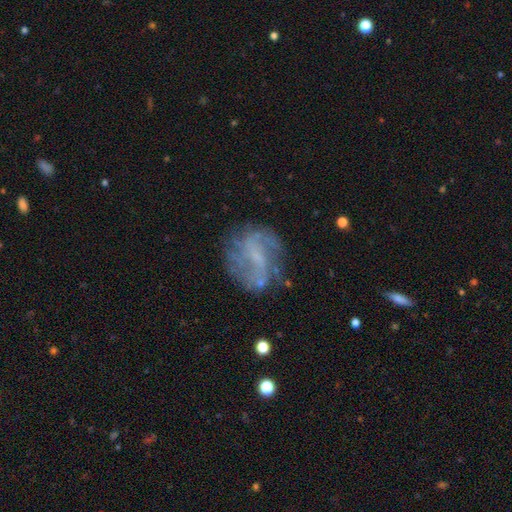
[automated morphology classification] This is likely a featured or disk galaxy (69%). It is clearly not viewed edge-on (97%). Bar: possibly weak (47%). Spiral arm pattern: likely yes (76%). Spiral arm count: possibly 2 (53%). Spiral winding: marginally loose (43%). Central bulge: marginally none (43%). Merging: likely none (66%).